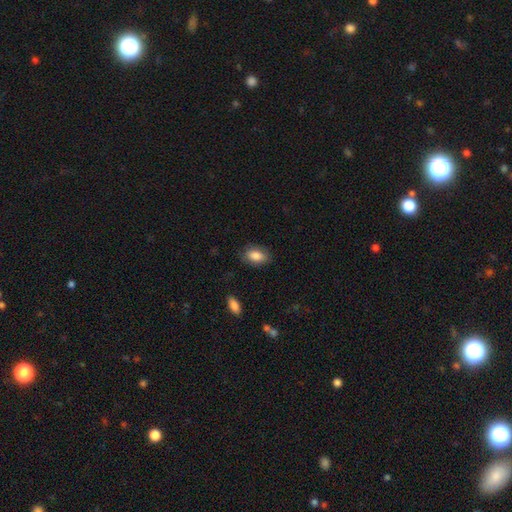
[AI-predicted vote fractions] Morphology: type=smooth (86%); roundness=in between (90%); merging=none (82%).